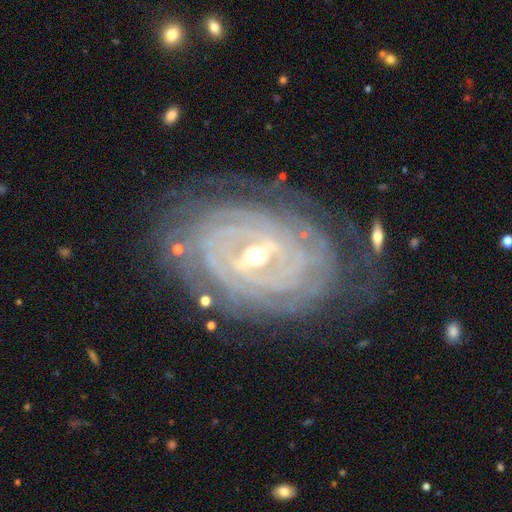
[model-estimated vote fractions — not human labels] Smooth or featured? Predicted: featured or disk (p=0.90). Edge-on disk? Predicted: no (p=0.96). Bar? Predicted: weak (p=0.43). Spiral arms? Predicted: yes (p=0.96). Spiral winding? Predicted: tight (p=0.86). Spiral arm count? Predicted: can't tell (p=0.36). Bulge size? Predicted: small (p=0.49). Merging? Predicted: none (p=0.76).